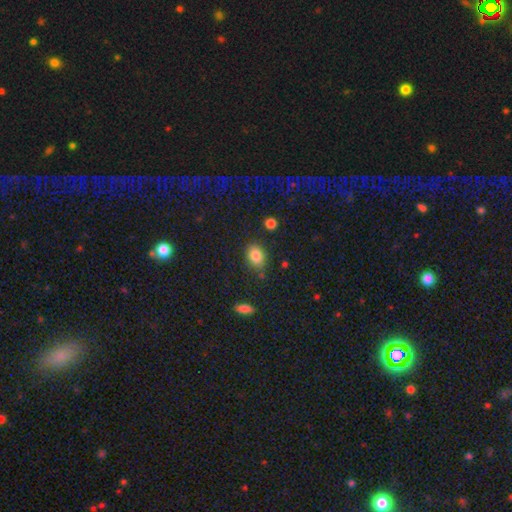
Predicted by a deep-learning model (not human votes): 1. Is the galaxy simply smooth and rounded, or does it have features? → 83% smooth, 10% star or artifact, 7% featured or disk.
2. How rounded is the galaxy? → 68% in between, 30% round, 1% cigar-shaped.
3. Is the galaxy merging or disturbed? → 78% none, 15% minor disturbance, 4% merger, 3% major disturbance.